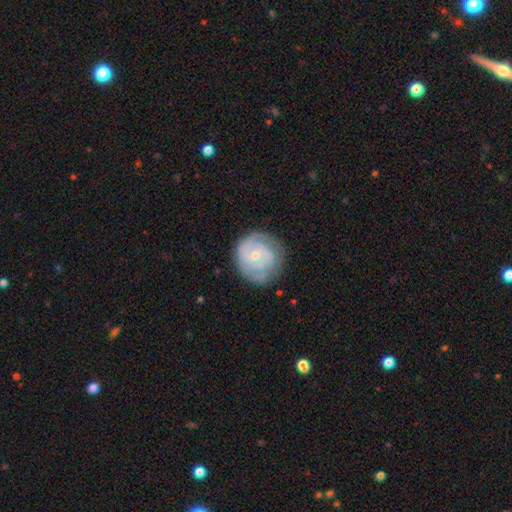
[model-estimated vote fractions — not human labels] This is likely a featured or disk galaxy (64%). It is clearly not viewed edge-on (98%). Bar: likely no (72%). Spiral arm pattern: likely yes (80%). Spiral arm count: marginally can't tell (41%). Spiral winding: likely tight (65%). Central bulge: likely small (64%). Merging: likely none (68%).